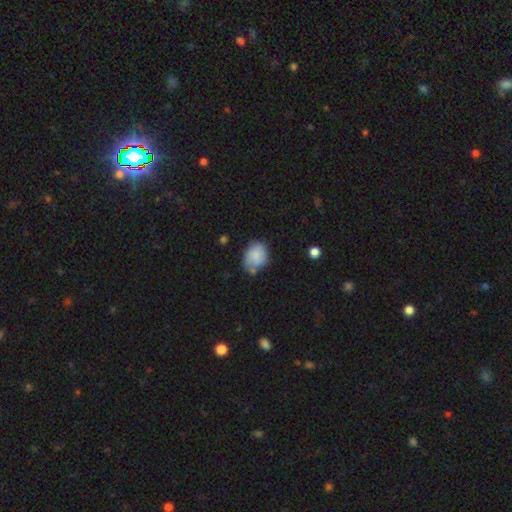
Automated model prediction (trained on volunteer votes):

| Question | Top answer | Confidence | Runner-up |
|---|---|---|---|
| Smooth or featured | smooth | 82% | featured or disk (10%) |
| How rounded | in between | 57% | round (42%) |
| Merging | none | 55% | minor disturbance (29%) |